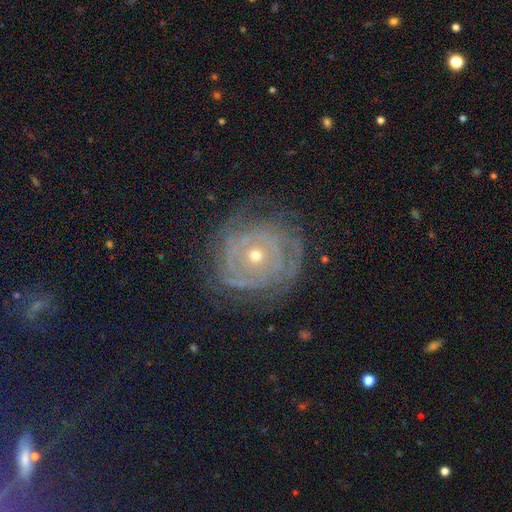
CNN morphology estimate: featured or disk 79%, smooth 13%, star or artifact 7%. Down the decision tree: edge-on disk — no (97%); bar — no (85%); spiral arms — yes (80%); spiral arm count — can't tell (45%); spiral winding — tight (76%); bulge size — small (58%); merging — none (67%).